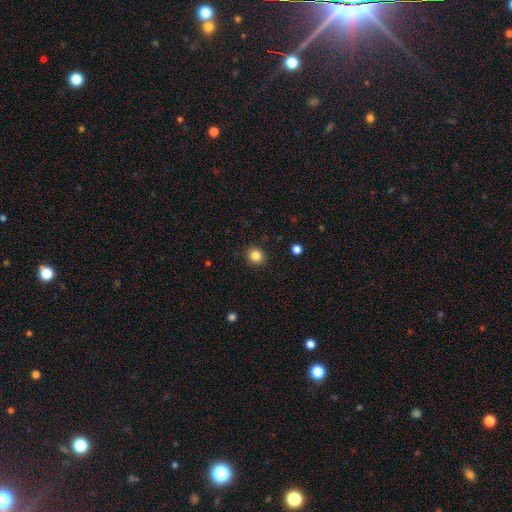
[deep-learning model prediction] The model was most divided on "smooth or featured": smooth: 84%, star or artifact: 11%, featured or disk: 5%. More confident: merging — none (90%); how rounded — round (88%).